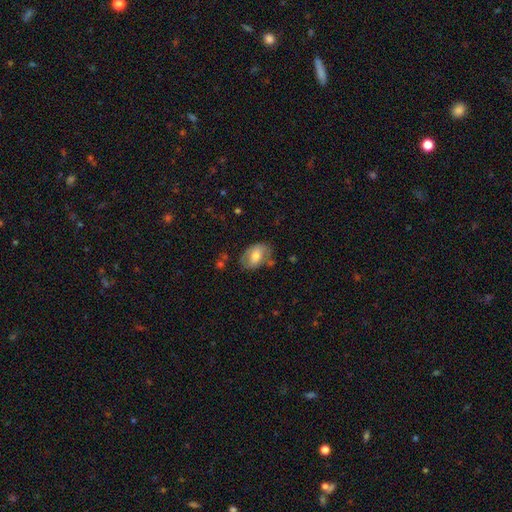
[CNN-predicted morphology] This appears to be a smooth galaxy with no disk features (61%) that is in between round and cigar-shaped (86%). Merging: none (58%).